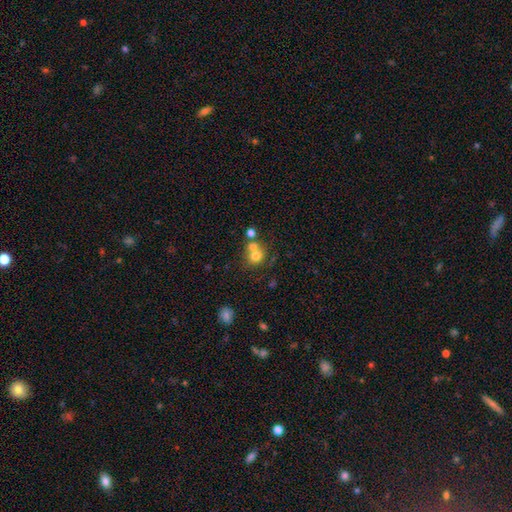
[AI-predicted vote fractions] This is likely a smooth galaxy (72%). How rounded: clearly round (81%). Merging: possibly merger (47%).